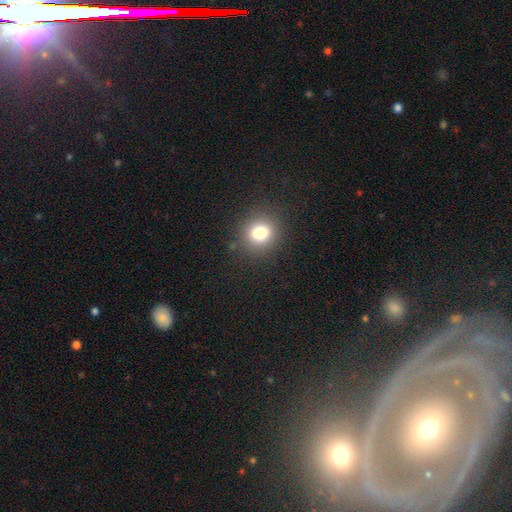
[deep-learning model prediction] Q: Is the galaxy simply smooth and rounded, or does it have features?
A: smooth — 42%.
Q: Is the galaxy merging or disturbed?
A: none — 85%.